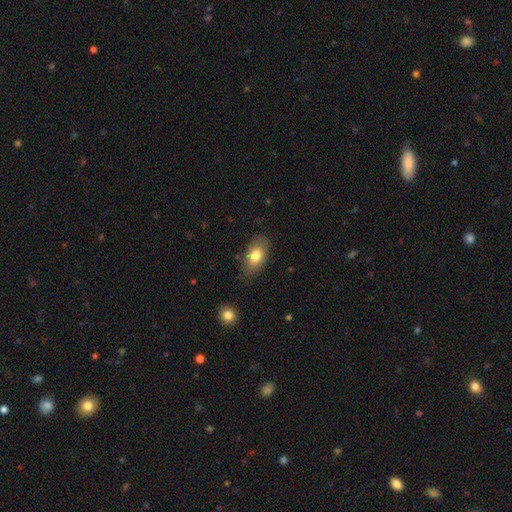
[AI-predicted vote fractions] This is likely a smooth galaxy (77%). How rounded: clearly in between (91%). Merging: likely none (78%).